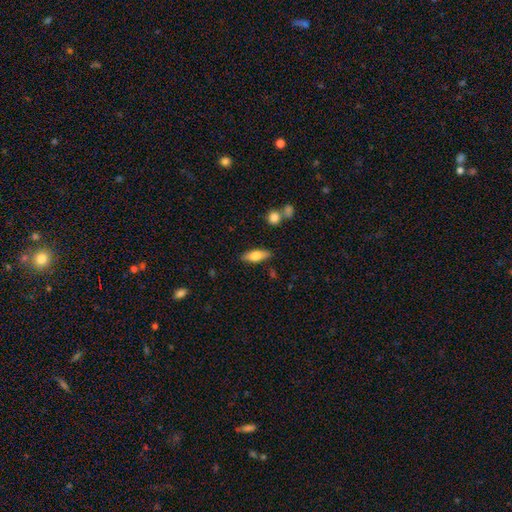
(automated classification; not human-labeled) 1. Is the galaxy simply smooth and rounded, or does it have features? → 70% smooth, 24% featured or disk, 6% star or artifact.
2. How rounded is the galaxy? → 69% in between, 28% cigar-shaped, 3% round.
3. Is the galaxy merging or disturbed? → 83% none, 11% minor disturbance, 3% merger, 3% major disturbance.